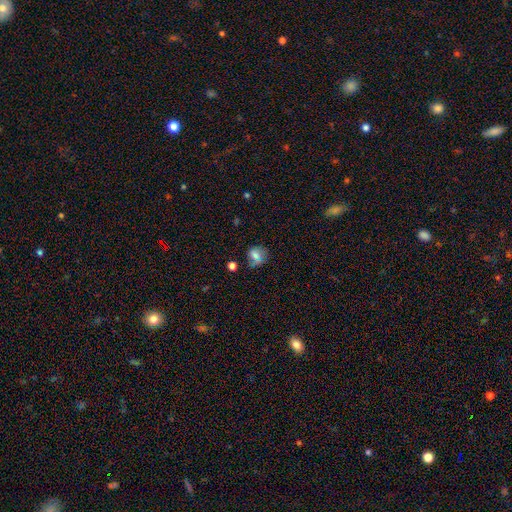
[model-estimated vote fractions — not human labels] Smooth or featured? Predicted: smooth (p=0.70). How rounded? Predicted: round (p=0.73). Merging? Predicted: none (p=0.63).